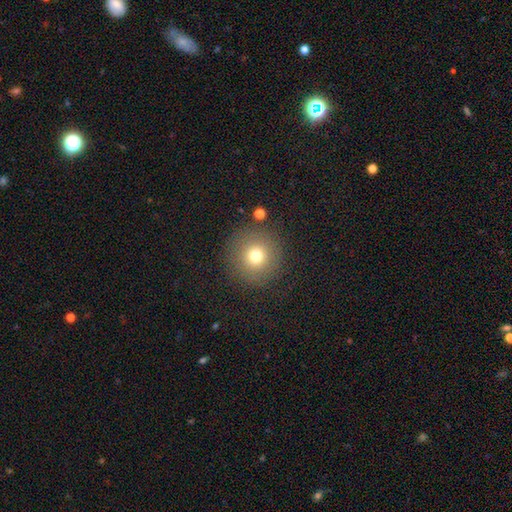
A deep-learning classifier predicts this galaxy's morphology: A smooth galaxy with no disk features (74%) that is round (96%). Merging: none (87%).